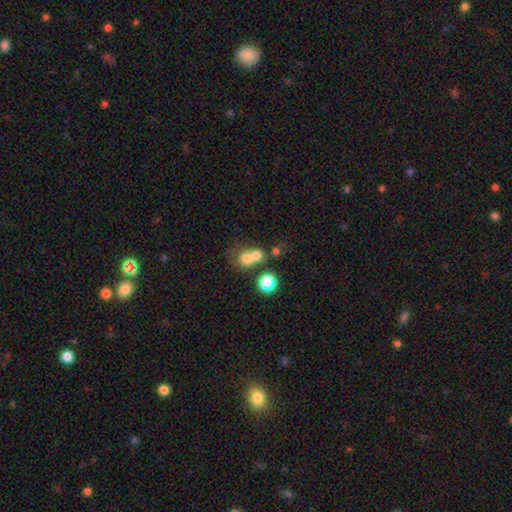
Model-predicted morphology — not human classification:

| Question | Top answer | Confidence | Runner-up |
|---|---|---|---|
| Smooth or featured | smooth | 70% | featured or disk (16%) |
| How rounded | round | 77% | in between (22%) |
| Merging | merger | 57% | none (31%) |